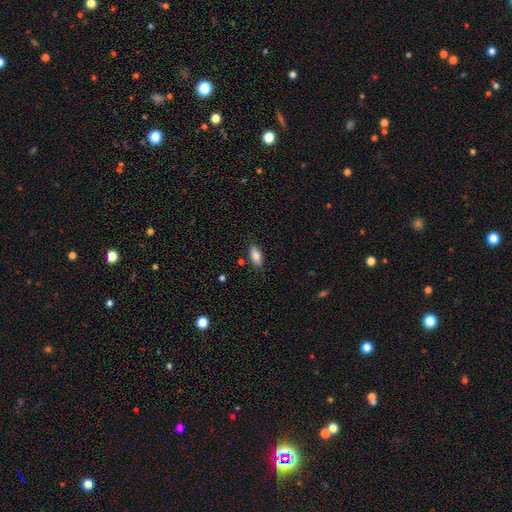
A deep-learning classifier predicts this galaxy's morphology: Overall: smooth (85%). How rounded: in between (90%). Merging: none (85%).